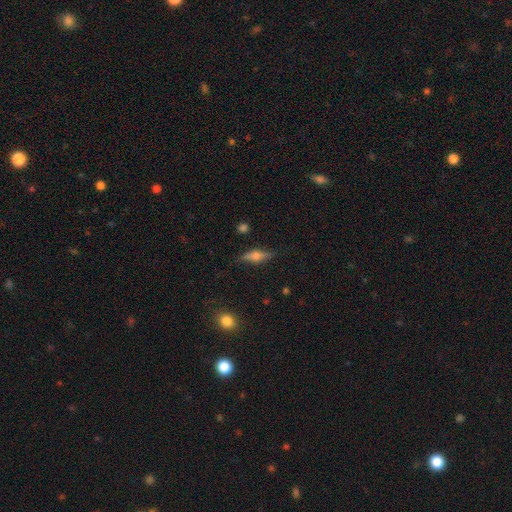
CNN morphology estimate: featured or disk 52%, smooth 40%, star or artifact 8%. Down the decision tree: edge-on disk — yes (93%); merging — none (83%).